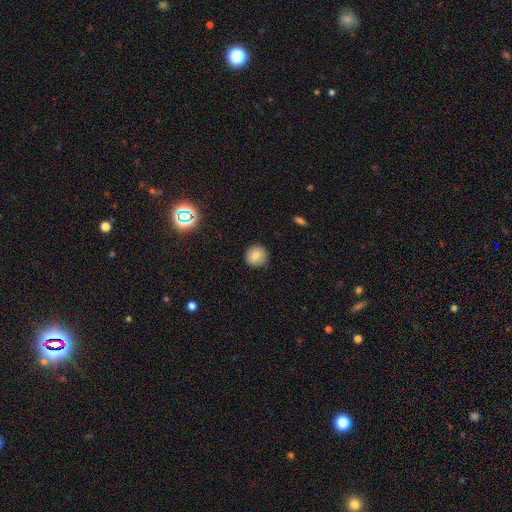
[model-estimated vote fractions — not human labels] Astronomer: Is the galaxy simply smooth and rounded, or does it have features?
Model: smooth — 81%.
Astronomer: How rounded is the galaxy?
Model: round — 91%.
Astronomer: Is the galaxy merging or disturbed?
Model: none — 87%.